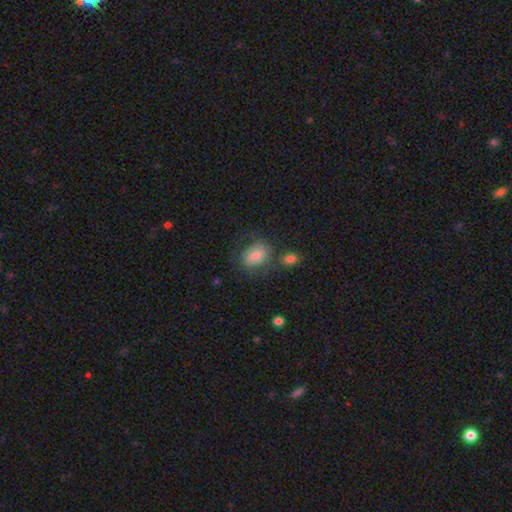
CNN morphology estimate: Overall: smooth (62%; featured or disk 29%). How rounded: in between (62%; round 36%). Merging: none (58%; minor disturbance 20%).